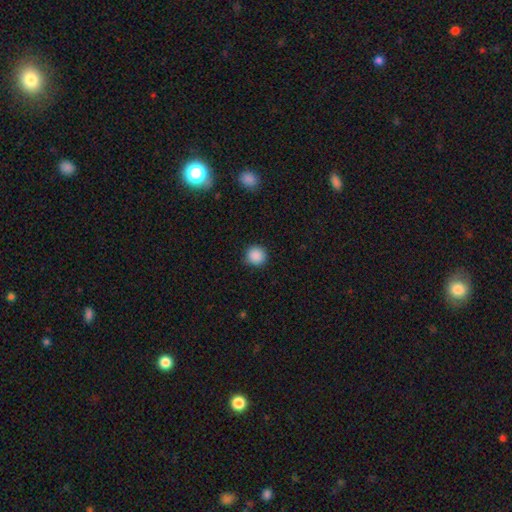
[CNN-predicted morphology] A smooth galaxy with no disk features (88%) that is round (94%). Merging: none (89%).